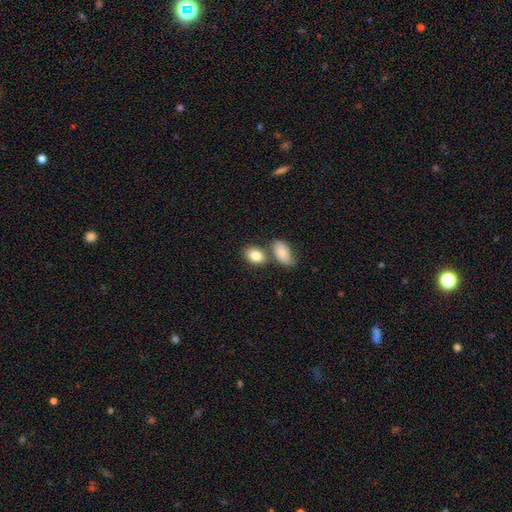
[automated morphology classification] A smooth galaxy with no disk features (83%) that is in between round and cigar-shaped (82%). Merging: none (53%).